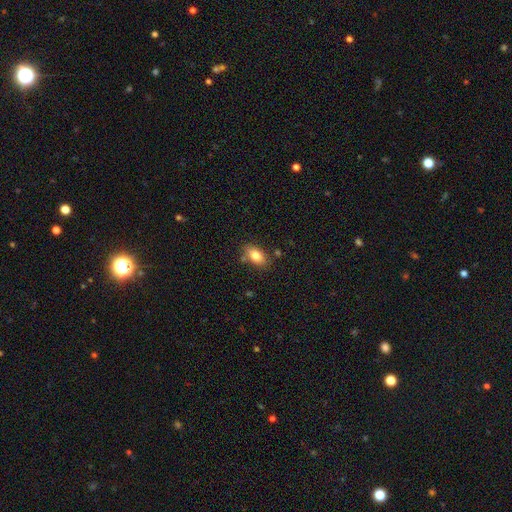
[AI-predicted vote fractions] This is clearly a smooth galaxy (81%). How rounded: clearly in between (89%). Merging: likely none (78%).